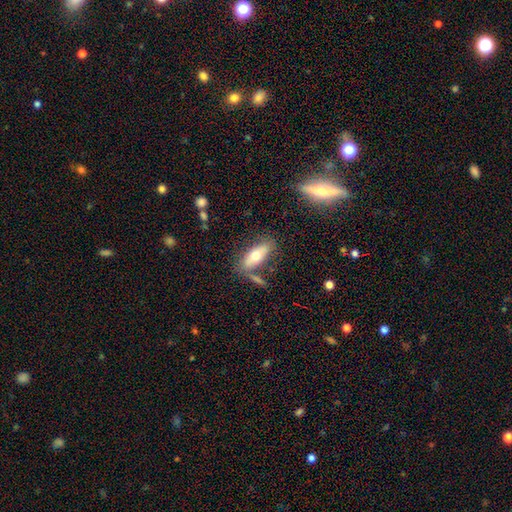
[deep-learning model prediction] smooth_or_featured: smooth (p=0.63) [alt: featured or disk p=0.30]
how_rounded: in between (p=0.71) [alt: cigar-shaped p=0.26]
merging: none (p=0.68) [alt: minor disturbance p=0.16]